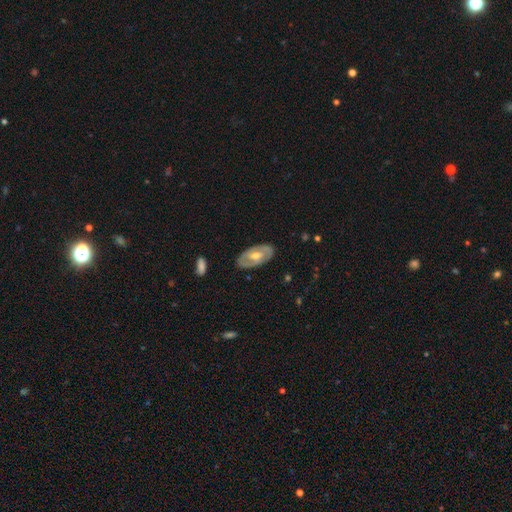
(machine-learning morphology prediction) This appears to be a featured or disk galaxy (66%) with no bar (45%), no spiral arms (51%) and a moderate central bulge (70%). Merging: none (83%).